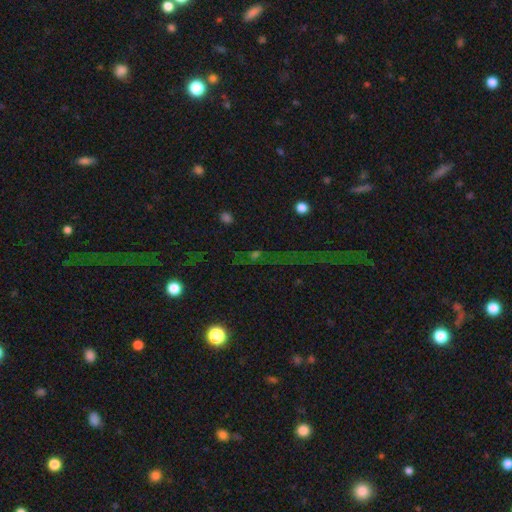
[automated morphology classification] Overall: star or artifact (65%).